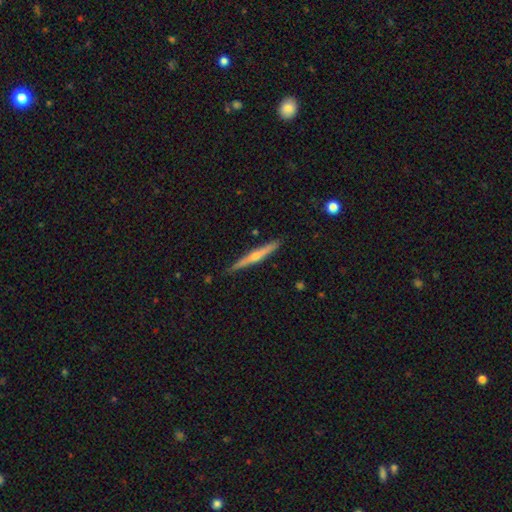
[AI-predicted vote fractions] Morphology: type=featured or disk (66%); edge-on=yes (97%); edge-on bulge=rounded (85%); merging=none (87%).